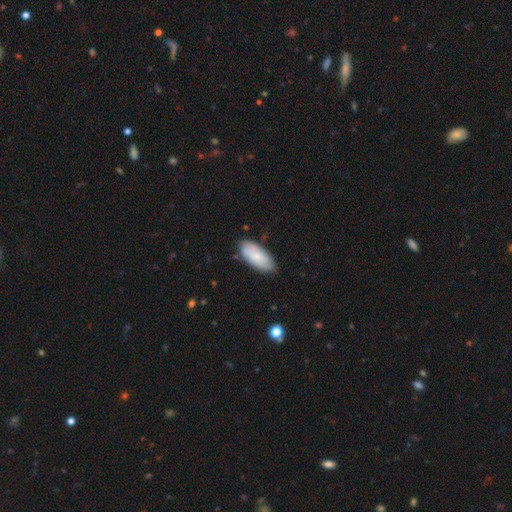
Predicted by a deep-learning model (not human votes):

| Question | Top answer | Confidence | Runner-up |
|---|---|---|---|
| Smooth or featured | smooth | 75% | featured or disk (19%) |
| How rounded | in between | 89% | cigar-shaped (9%) |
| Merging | none | 77% | minor disturbance (18%) |